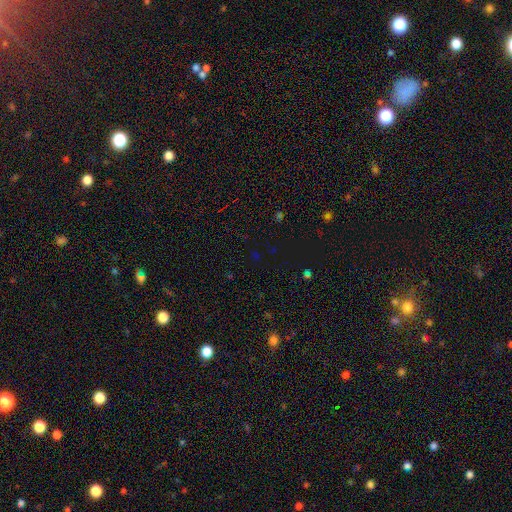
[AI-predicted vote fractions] Smooth or featured: star or artifact — 69% (smooth — 23%)